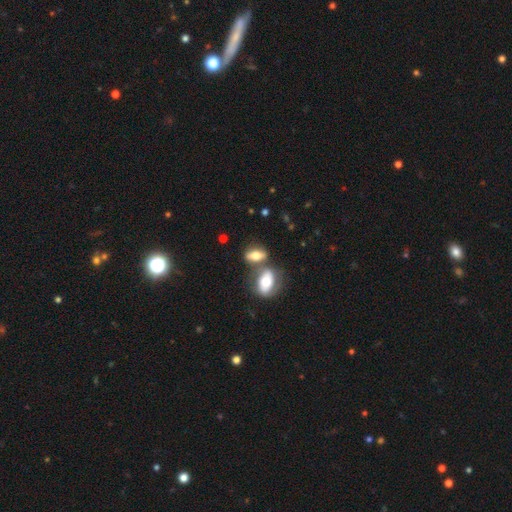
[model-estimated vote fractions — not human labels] smooth 68%, featured or disk 25%, star or artifact 7%. Down the decision tree: how rounded — in between (83%); merging — none (41%, tied with merger).